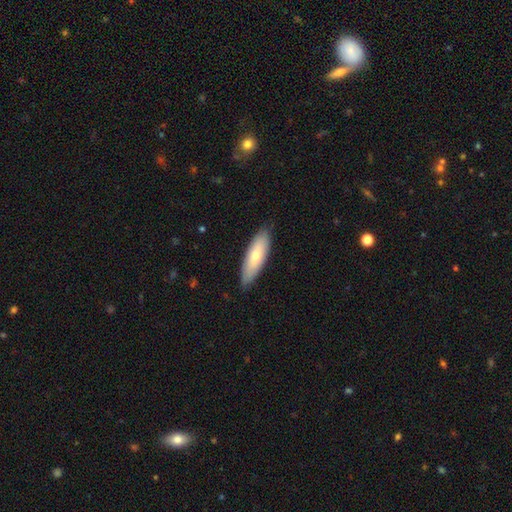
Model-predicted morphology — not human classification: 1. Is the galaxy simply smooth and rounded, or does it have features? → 66% smooth, 29% featured or disk, 5% star or artifact.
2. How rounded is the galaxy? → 57% in between, 41% cigar-shaped, 2% round.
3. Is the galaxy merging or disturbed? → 84% none, 13% minor disturbance, 2% major disturbance, 1% merger.